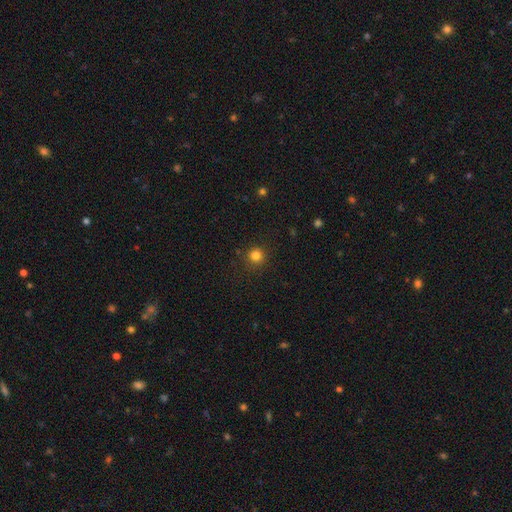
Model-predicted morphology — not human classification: Smooth or featured?
  - smooth: 81% *
  - star or artifact: 14%
  - featured or disk: 5%
How rounded?
  - round: 94% *
  - in between: 5%
  - cigar-shaped: 1%
Merging?
  - none: 89% *
  - minor disturbance: 7%
  - major disturbance: 2%
  - merger: 1%